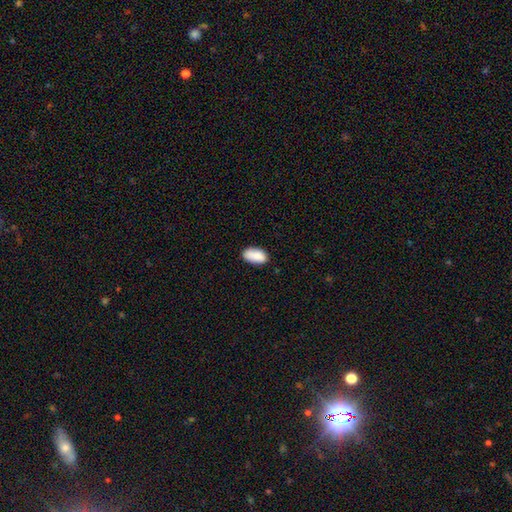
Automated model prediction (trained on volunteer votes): smooth 87%, star or artifact 7%, featured or disk 6%. Down the decision tree: how rounded — in between (93%); merging — none (78%).